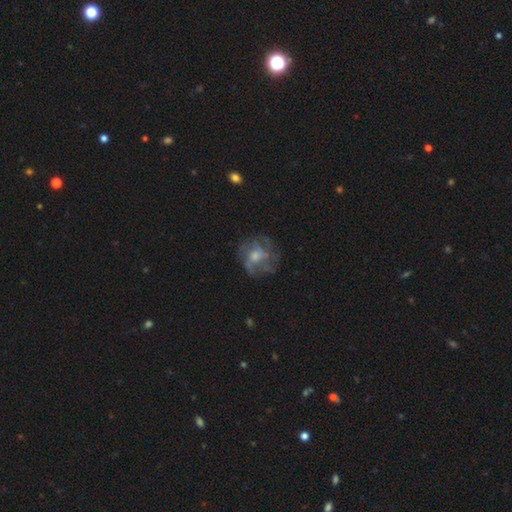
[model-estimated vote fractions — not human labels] smooth-or-featured: featured or disk: 60% | smooth: 29% | star or artifact: 11%
  disk-edge-on: no: 98% | yes: 2%
    bar: no: 76% | weak: 21% | strong: 3%
    has-spiral-arms: yes: 62% | no: 38%
    bulge-size: moderate: 52% | small: 30% | large: 8% | none: 8% | dominant: 1%
  merging: none: 62% | major disturbance: 18% | minor disturbance: 18% | merger: 2%